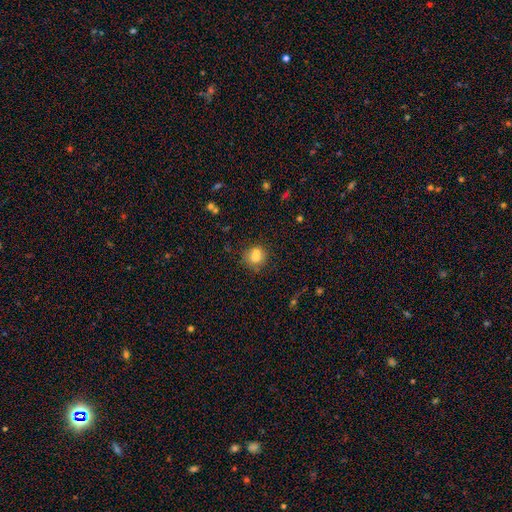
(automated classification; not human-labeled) Smooth or featured: smooth — 68% (featured or disk — 20%)
How rounded: round — 80% (in between — 19%)
Merging: merger — 45% (none — 42%)